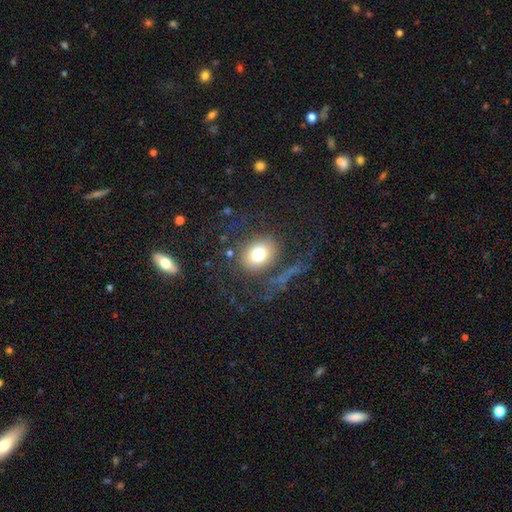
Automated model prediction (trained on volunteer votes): smooth-or-featured: smooth: 68% | featured or disk: 20% | star or artifact: 12%
  how-rounded: round: 64% | in between: 35% | cigar-shaped: 1%
  merging: none: 64% | major disturbance: 19% | minor disturbance: 14% | merger: 3%